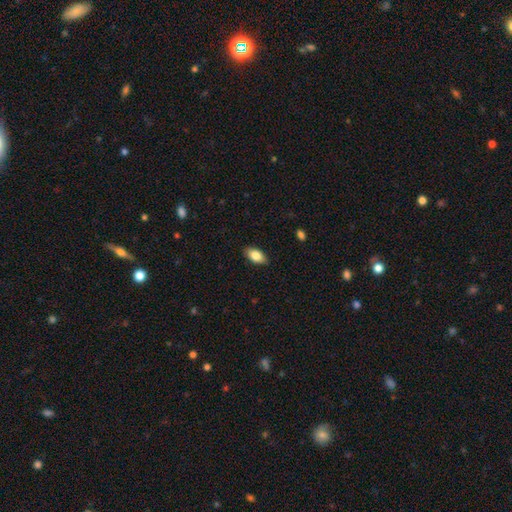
smooth 82%, featured or disk 11%, star or artifact 8%. Down the decision tree: how rounded — in between (90%); merging — none (86%).